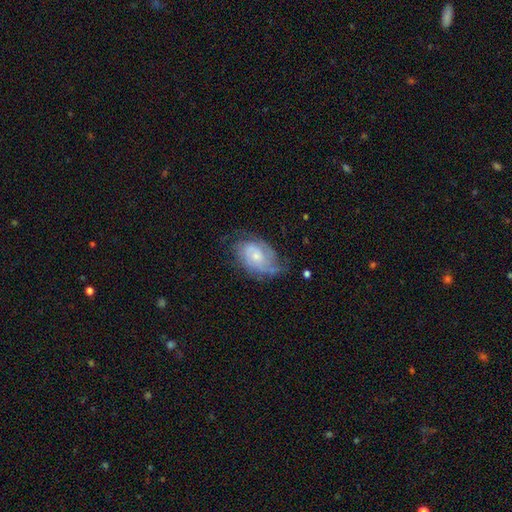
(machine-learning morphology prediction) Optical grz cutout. It shows a featured or disk galaxy (68%) with no bar (71%), tight (50%) spiral arms (86%) and a small central bulge (53%). Merging: none (55%).